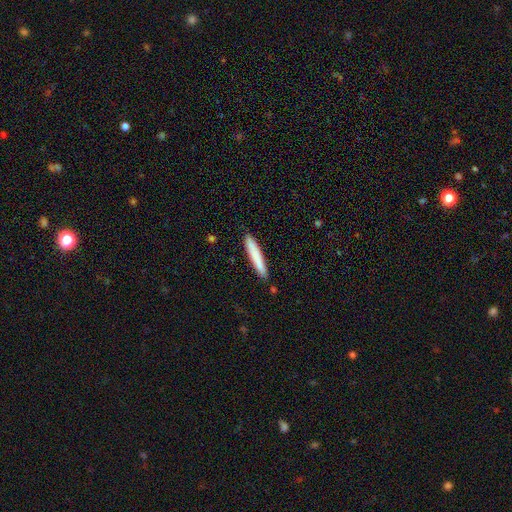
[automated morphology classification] type=smooth (79%); roundness=cigar-shaped (94%); merging=none (89%).